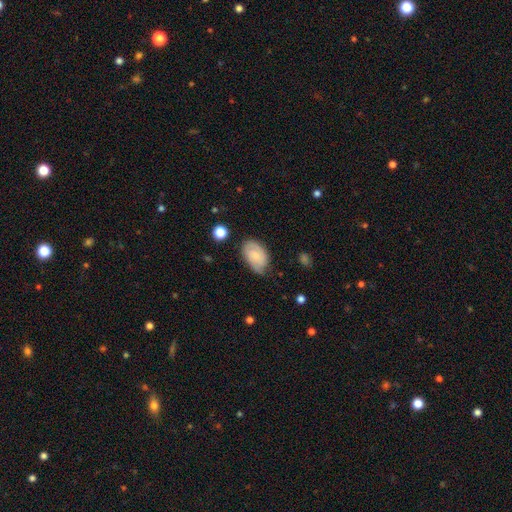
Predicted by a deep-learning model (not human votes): Morphology: type=smooth (56%); roundness=in between (90%); merging=none (64%).